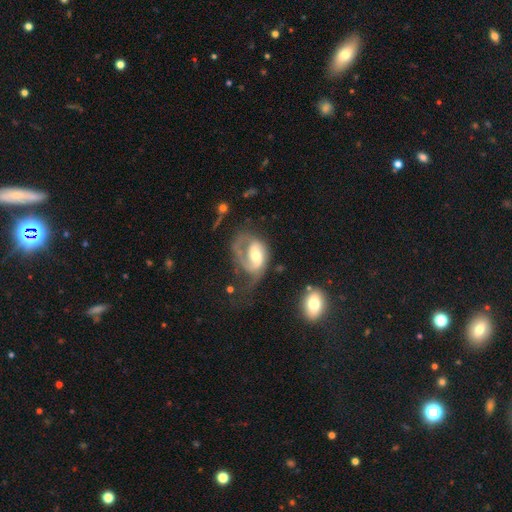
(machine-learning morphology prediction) featured or disk 79%, smooth 14%, star or artifact 6%. Down the decision tree: edge-on disk — no (97%); bar — no (44%); spiral arms — yes (91%); spiral arm count — 2 (42%); spiral winding — medium (44%); bulge size — moderate (60%); merging — major disturbance (43%).